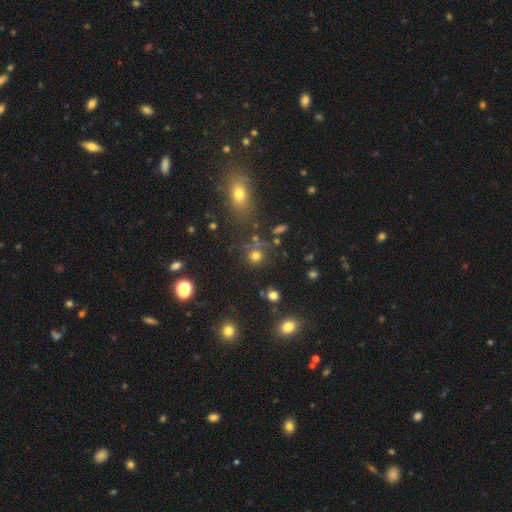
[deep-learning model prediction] Q: Smooth or featured?
A: smooth (71%); runner-up: star or artifact (22%)
Q: How rounded?
A: round (89%); runner-up: in between (10%)
Q: Merging?
A: none (72%); runner-up: merger (12%)